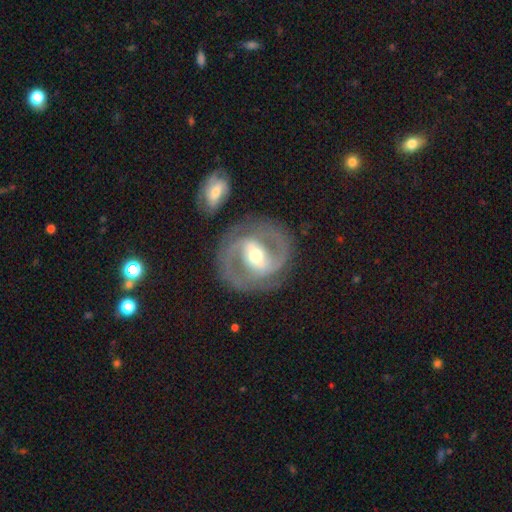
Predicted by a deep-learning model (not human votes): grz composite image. It shows a featured or disk galaxy (87%) with a strong bar (50%), 2 (89%) medium (51%) spiral arms (91%) and a moderate central bulge (70%). Merging: none (80%).